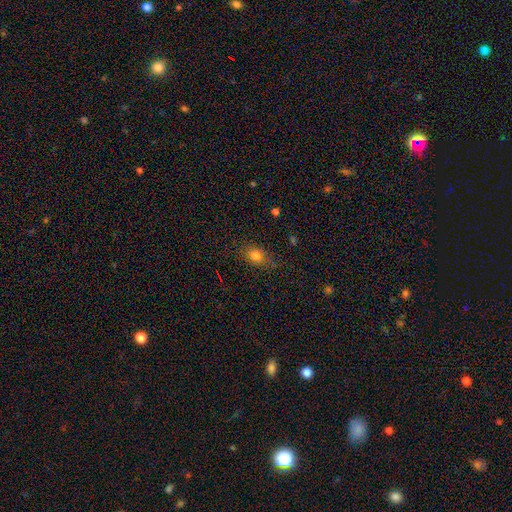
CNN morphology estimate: smooth-or-featured: smooth: 77% | star or artifact: 14% | featured or disk: 9%
  how-rounded: in between: 60% | round: 37% | cigar-shaped: 3%
  merging: none: 76% | minor disturbance: 17% | major disturbance: 5% | merger: 1%